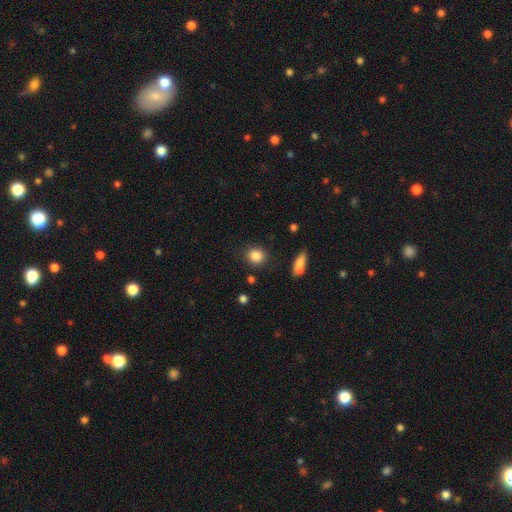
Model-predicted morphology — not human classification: Q: Smooth or featured?
A: smooth (86%); runner-up: star or artifact (9%)
Q: How rounded?
A: round (81%); runner-up: in between (18%)
Q: Merging?
A: none (86%); runner-up: minor disturbance (8%)